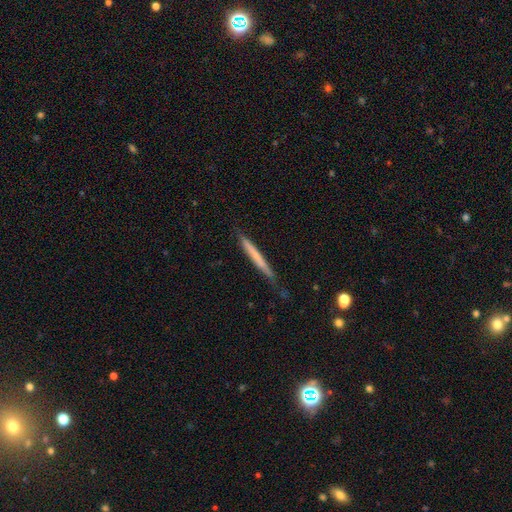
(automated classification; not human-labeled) A smooth galaxy with no disk features (57%) that is cigar-shaped (97%). Merging: none (78%).